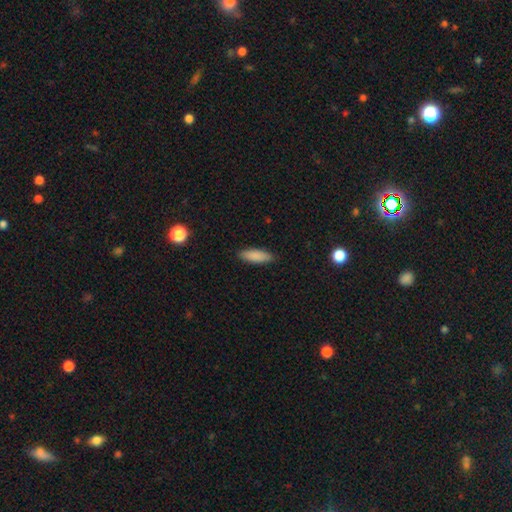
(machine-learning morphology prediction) smooth-or-featured: smooth: 88% | star or artifact: 7% | featured or disk: 6%
  how-rounded: in between: 57% | cigar-shaped: 41% | round: 2%
  merging: none: 88% | minor disturbance: 9% | major disturbance: 2% | merger: 1%